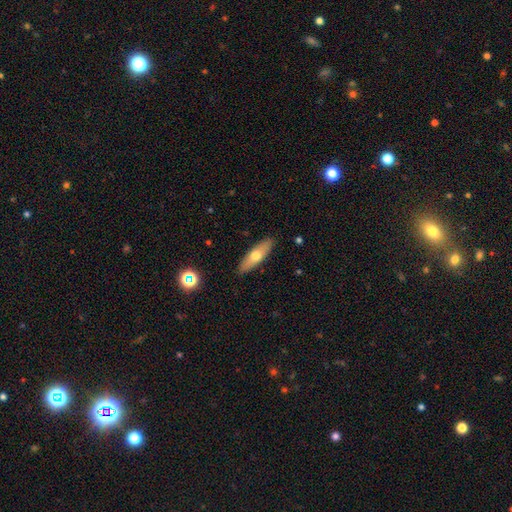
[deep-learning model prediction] Smooth or featured: smooth — 58% (featured or disk — 36%)
How rounded: cigar-shaped — 55% (in between — 42%)
Merging: none — 89% (minor disturbance — 8%)